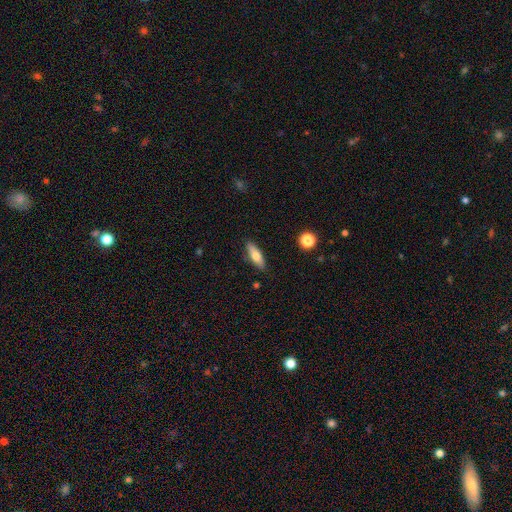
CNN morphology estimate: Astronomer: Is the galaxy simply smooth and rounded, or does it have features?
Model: smooth — 63%.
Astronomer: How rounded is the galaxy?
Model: in between — 50% (runner-up: cigar-shaped, 47%).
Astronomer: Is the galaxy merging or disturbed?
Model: none — 86%.